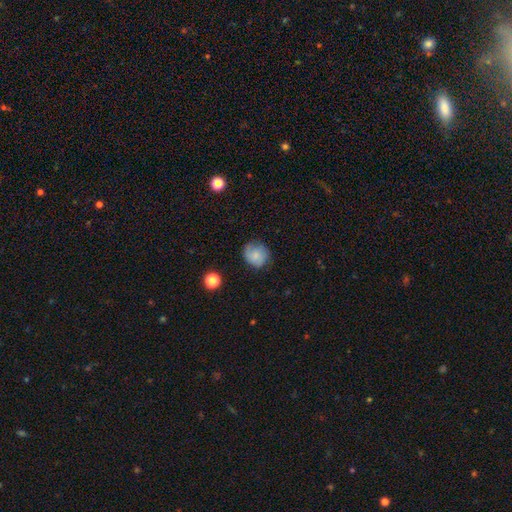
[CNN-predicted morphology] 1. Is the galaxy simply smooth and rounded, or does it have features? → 74% smooth, 18% featured or disk, 9% star or artifact.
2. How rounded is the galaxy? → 79% round, 20% in between, 1% cigar-shaped.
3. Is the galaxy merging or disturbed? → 69% none, 23% minor disturbance, 6% major disturbance, 1% merger.